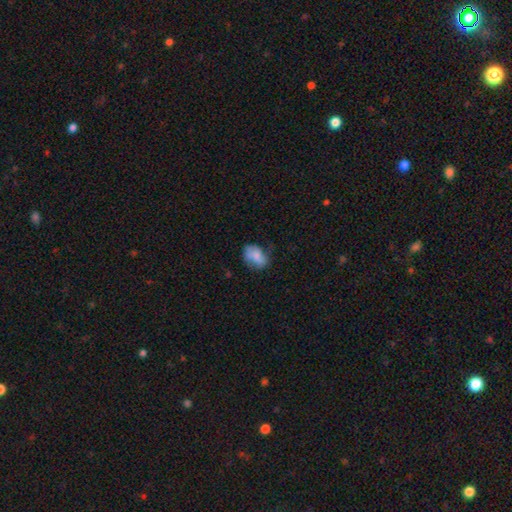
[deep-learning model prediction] Smooth or featured? smooth (64%)
How rounded? in between (74%)
Merging? none (50%)